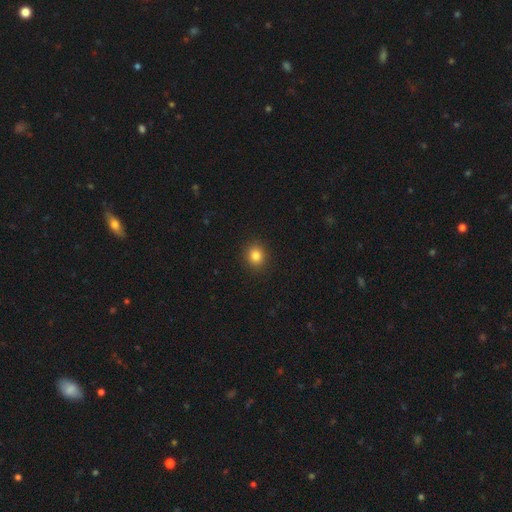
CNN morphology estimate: This is clearly a smooth galaxy (83%). How rounded: likely round (78%). Merging: clearly none (91%).